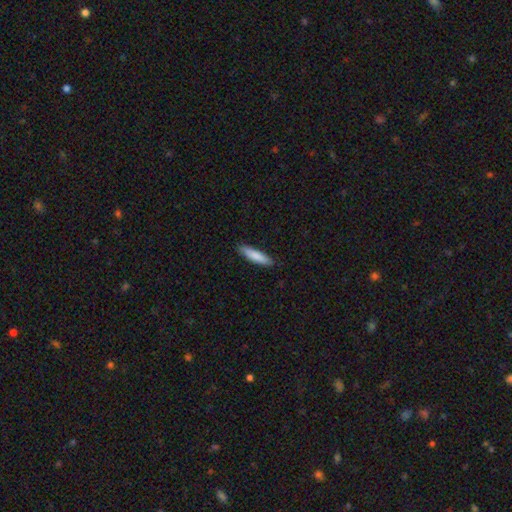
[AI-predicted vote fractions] Q: Smooth or featured?
A: smooth (83%); runner-up: featured or disk (12%)
Q: How rounded?
A: cigar-shaped (79%); runner-up: in between (20%)
Q: Merging?
A: none (89%); runner-up: minor disturbance (9%)